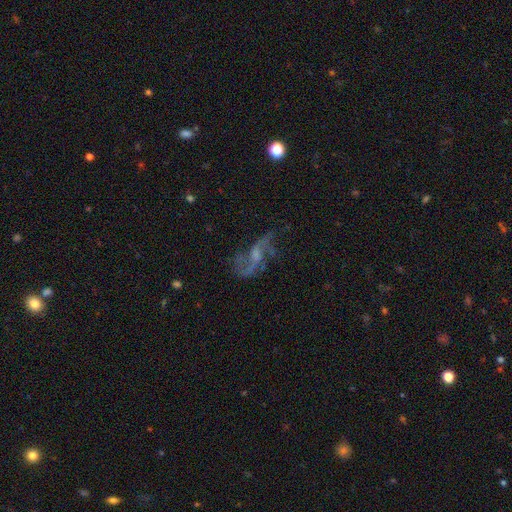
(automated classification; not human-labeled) Smooth or featured?
  - featured or disk: 76% *
  - star or artifact: 12%
  - smooth: 12%
Edge-on disk?
  - no: 93% *
  - yes: 7%
Bar?
  - no: 46% *
  - weak: 43%
  - strong: 11%
Spiral arms?
  - yes: 87% *
  - no: 13%
Spiral winding?
  - loose: 76% *
  - medium: 19%
  - tight: 5%
Spiral arm count?
  - 2: 73% *
  - can't tell: 10%
  - 3: 8%
  - 1: 4%
  - 4: 3%
  - more than 4: 2%
Bulge size?
  - small: 38% *
  - none: 30%
  - moderate: 28%
  - large: 4%
  - dominant: 1%
Merging?
  - none: 55% *
  - major disturbance: 23%
  - minor disturbance: 18%
  - merger: 4%